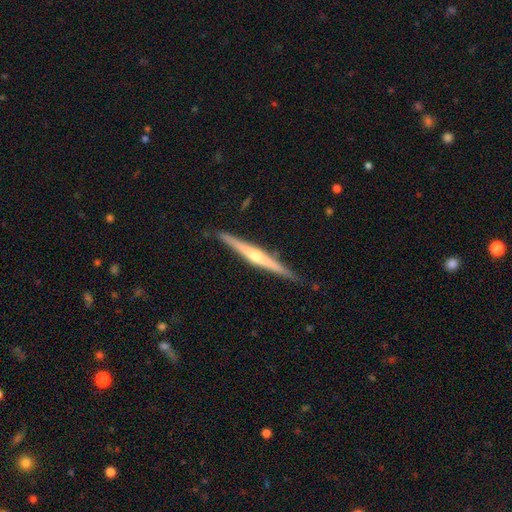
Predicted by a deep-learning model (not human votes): This is likely a featured or disk galaxy (79%). It is clearly viewed edge-on (98%). Edge-on bulge: clearly rounded (80%). Merging: clearly none (89%).